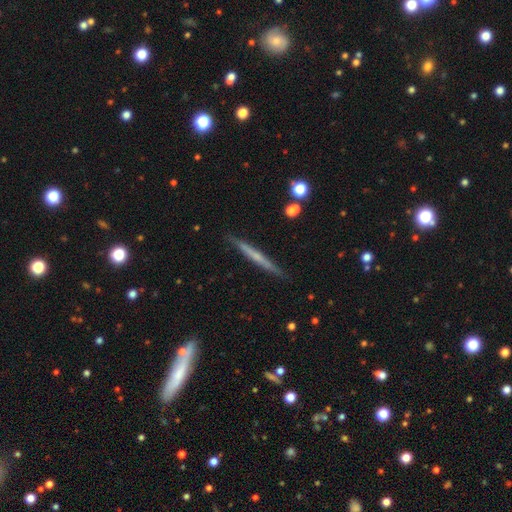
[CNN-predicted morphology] Smooth or featured? Predicted: featured or disk (p=0.54). Edge-on disk? Predicted: yes (p=0.97). Edge-on bulge? Predicted: none (p=0.71). Merging? Predicted: none (p=0.89).